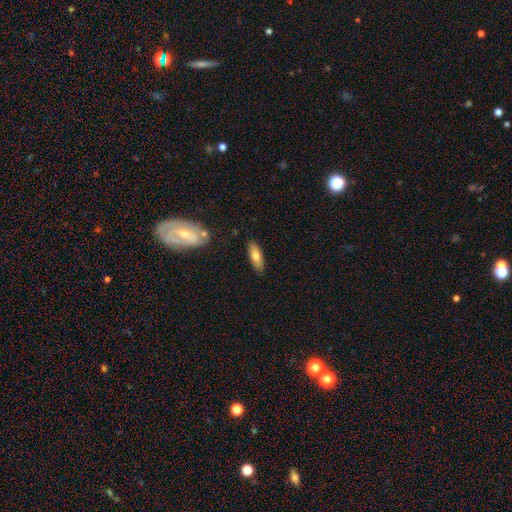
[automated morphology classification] This is likely a smooth galaxy (73%). How rounded: likely in between (60%). Merging: clearly none (84%).